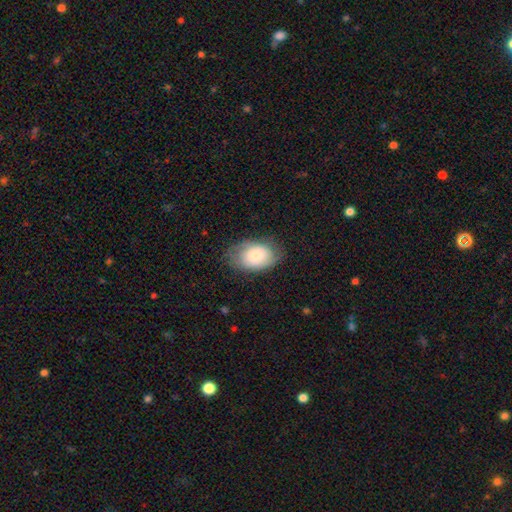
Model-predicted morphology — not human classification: Smooth or featured? Predicted: smooth (p=0.71). How rounded? Predicted: in between (p=0.87). Merging? Predicted: none (p=0.70).